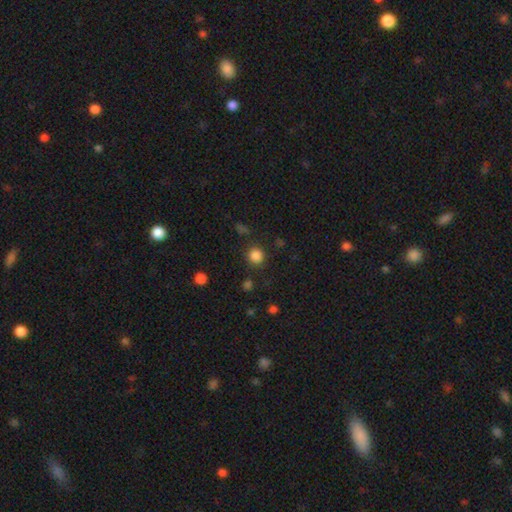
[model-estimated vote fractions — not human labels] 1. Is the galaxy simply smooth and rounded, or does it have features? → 84% smooth, 13% star or artifact, 3% featured or disk.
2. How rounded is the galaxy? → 91% round, 8% in between, 1% cigar-shaped.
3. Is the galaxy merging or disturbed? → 86% none, 8% minor disturbance, 3% major disturbance, 3% merger.